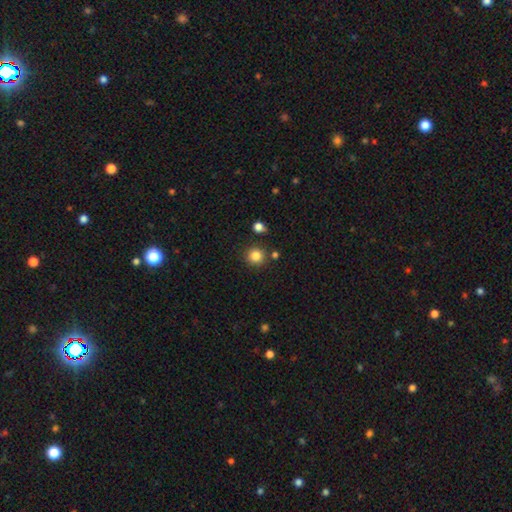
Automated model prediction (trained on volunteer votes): Overall: smooth (84%). How rounded: round (93%). Merging: none (85%).